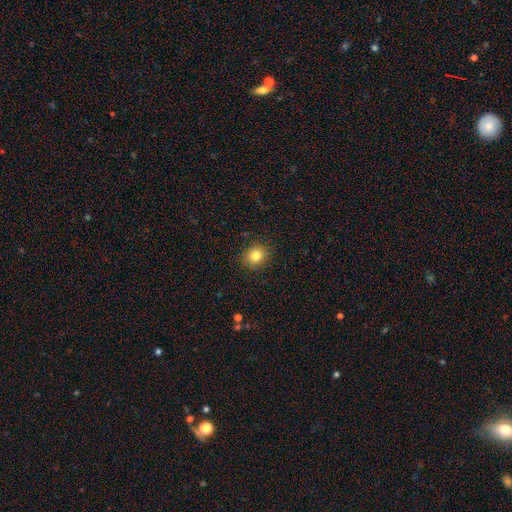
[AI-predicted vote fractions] This is clearly a smooth galaxy (82%). How rounded: clearly round (80%). Merging: clearly none (90%).